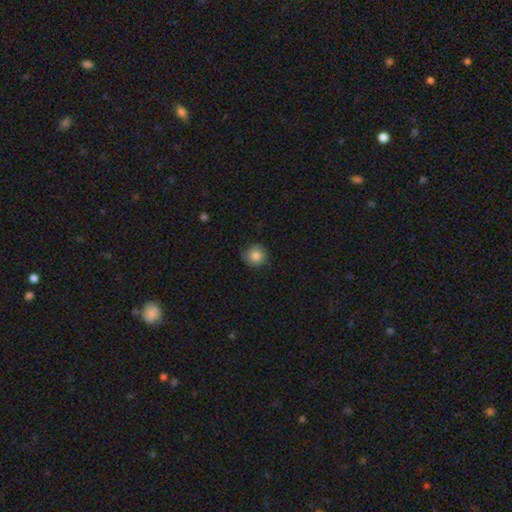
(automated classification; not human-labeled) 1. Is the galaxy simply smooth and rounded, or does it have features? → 81% smooth, 11% featured or disk, 9% star or artifact.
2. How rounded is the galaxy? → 93% round, 6% in between, 1% cigar-shaped.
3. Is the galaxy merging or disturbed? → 78% none, 17% minor disturbance, 4% major disturbance, 1% merger.